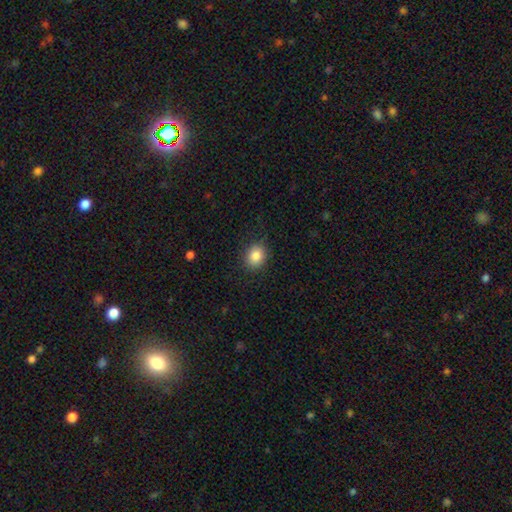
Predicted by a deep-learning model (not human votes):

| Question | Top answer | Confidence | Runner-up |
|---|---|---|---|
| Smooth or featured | smooth | 85% | star or artifact (9%) |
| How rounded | round | 60% | in between (39%) |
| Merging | none | 86% | minor disturbance (10%) |